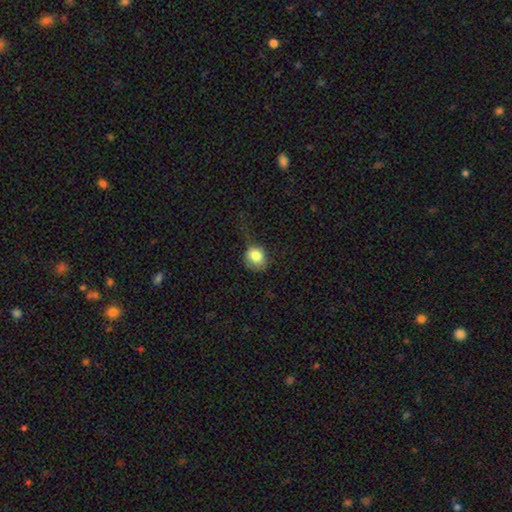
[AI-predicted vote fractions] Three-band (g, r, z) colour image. It shows a smooth galaxy with no disk features (82%) that is round (71%). Merging: none (46%).